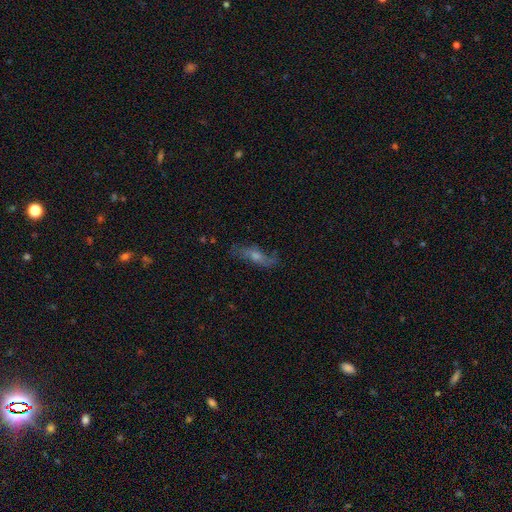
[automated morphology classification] Smooth or featured: featured or disk — 59% (smooth — 30%)
Edge-on disk: no — 58% (yes — 42%)
Merging: none — 73% (minor disturbance — 18%)